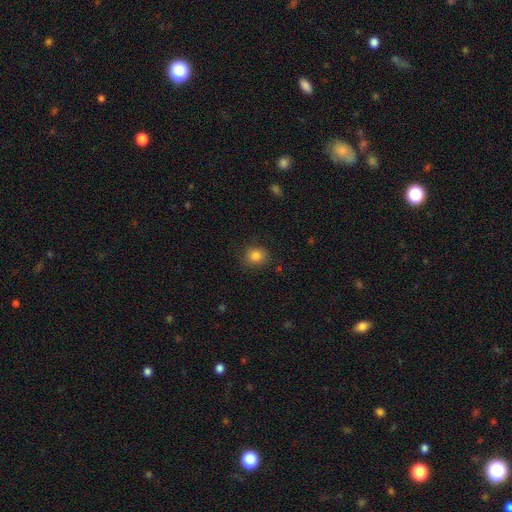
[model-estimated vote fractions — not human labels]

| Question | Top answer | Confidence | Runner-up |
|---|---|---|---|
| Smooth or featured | smooth | 83% | star or artifact (11%) |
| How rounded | round | 75% | in between (24%) |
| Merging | none | 82% | minor disturbance (13%) |